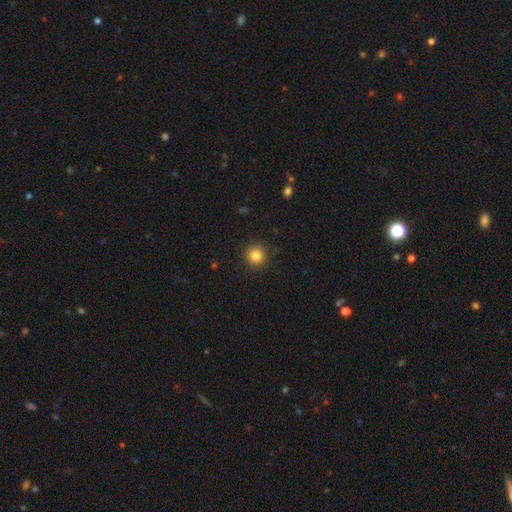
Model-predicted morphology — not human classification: smooth-or-featured: smooth: 84% | star or artifact: 11% | featured or disk: 5%
  how-rounded: round: 94% | in between: 5% | cigar-shaped: 1%
  merging: none: 90% | minor disturbance: 7% | major disturbance: 2% | merger: 1%